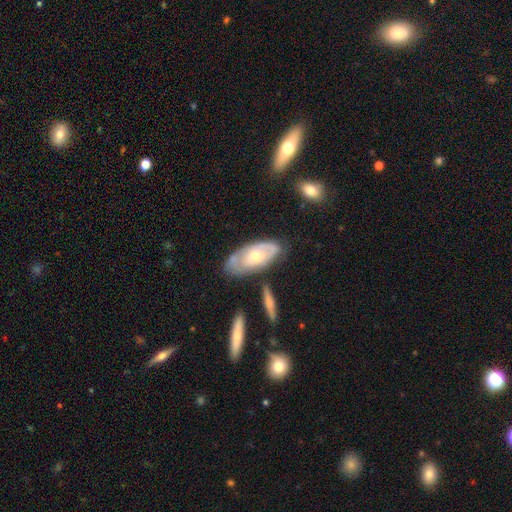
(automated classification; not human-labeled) Morphology: type=featured or disk (57%); edge-on=no (86%); merging=none (64%).